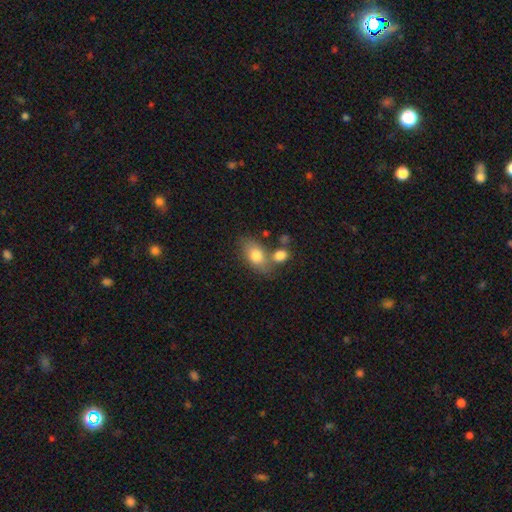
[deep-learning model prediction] Smooth or featured? smooth (76%)
How rounded? in between (83%)
Merging? none (53%)